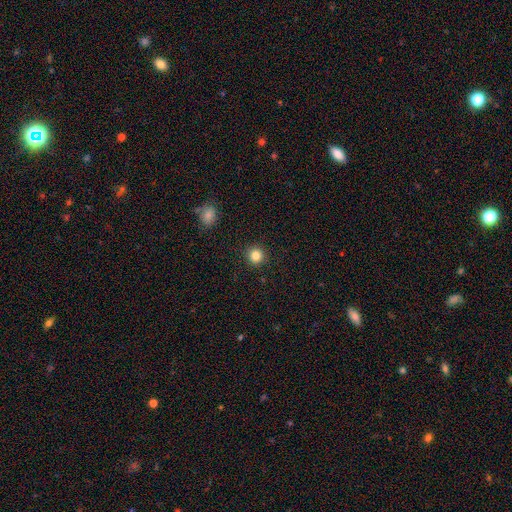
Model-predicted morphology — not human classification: smooth 84%, star or artifact 11%, featured or disk 5%. Down the decision tree: how rounded — round (94%); merging — none (93%).